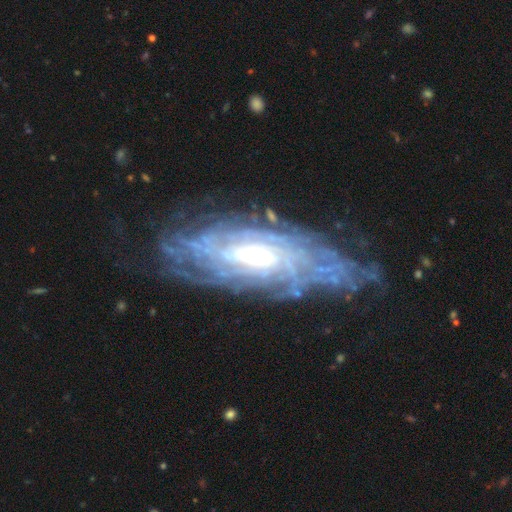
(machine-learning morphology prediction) featured or disk 88%, smooth 7%, star or artifact 6%. Down the decision tree: edge-on disk — no (90%); bar — no (47%); spiral arms — yes (95%); spiral arm count — can't tell (45%); spiral winding — tight (80%); bulge size — small (47%); merging — none (74%).